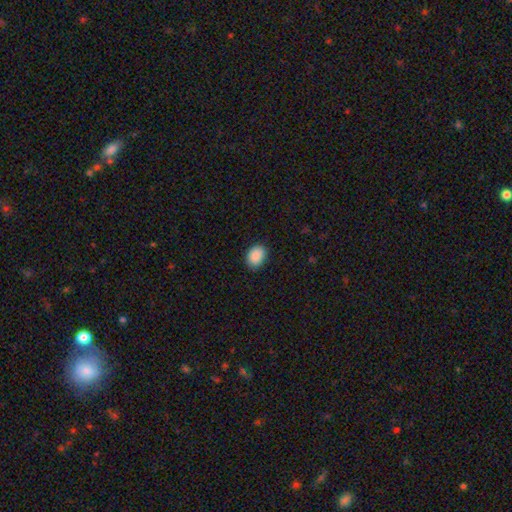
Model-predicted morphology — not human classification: Smooth or featured: smooth — 90% (star or artifact — 7%)
How rounded: in between — 70% (round — 29%)
Merging: none — 86% (minor disturbance — 11%)